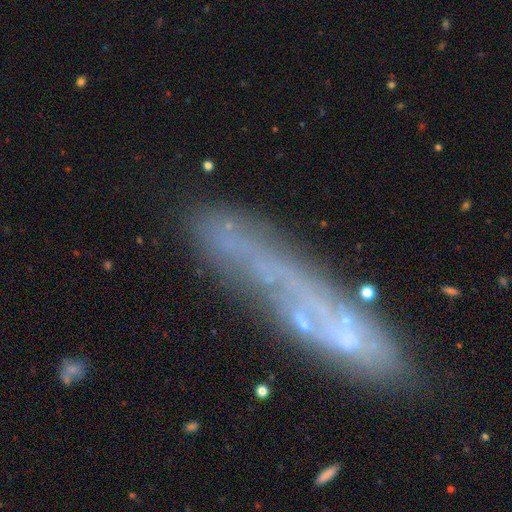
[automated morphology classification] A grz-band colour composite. It shows a featured or disk galaxy (52%) viewed edge-on (52%). Merging: none (61%).